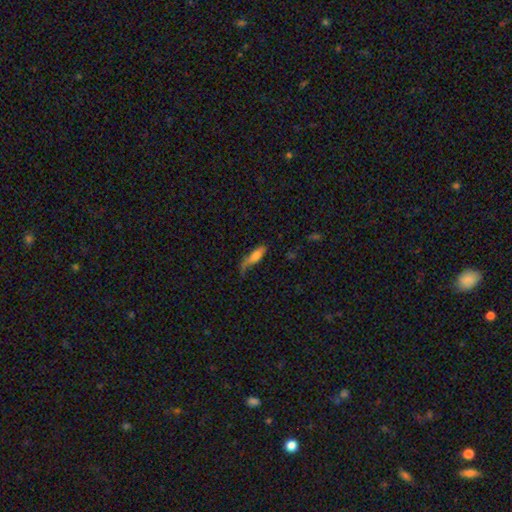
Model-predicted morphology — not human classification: The model was most divided on "how rounded": cigar-shaped: 51%, in between: 47%, round: 3%. Remaining: smooth or featured — smooth (70%); merging — none (37%).